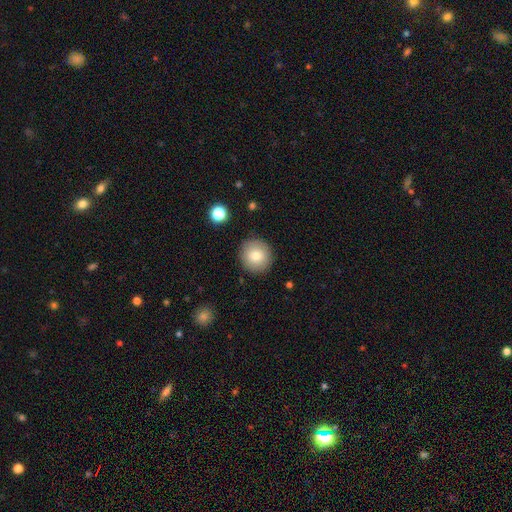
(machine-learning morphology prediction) Smooth or featured: smooth — 79% (featured or disk — 12%)
How rounded: round — 94% (in between — 5%)
Merging: none — 89% (minor disturbance — 7%)